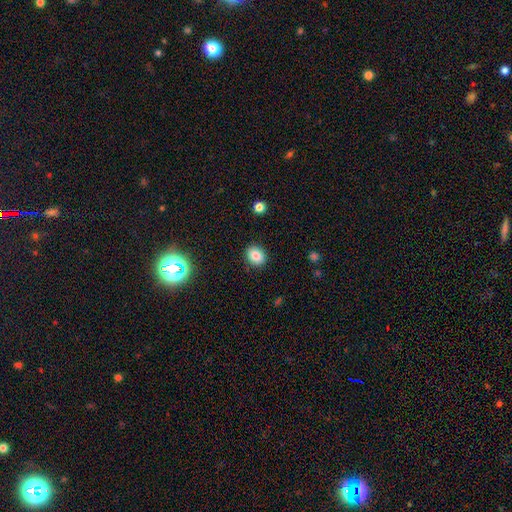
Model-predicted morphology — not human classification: This is clearly a smooth galaxy (84%). How rounded: possibly in between (50%). Merging: clearly none (88%).